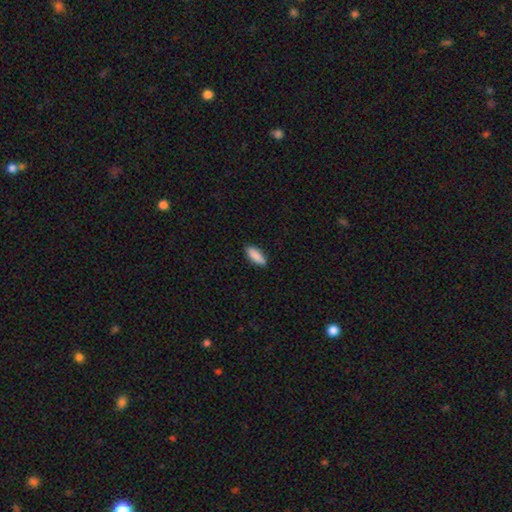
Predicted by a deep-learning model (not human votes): Smooth or featured? Predicted: smooth (p=0.89). How rounded? Predicted: in between (p=0.63). Merging? Predicted: none (p=0.88).